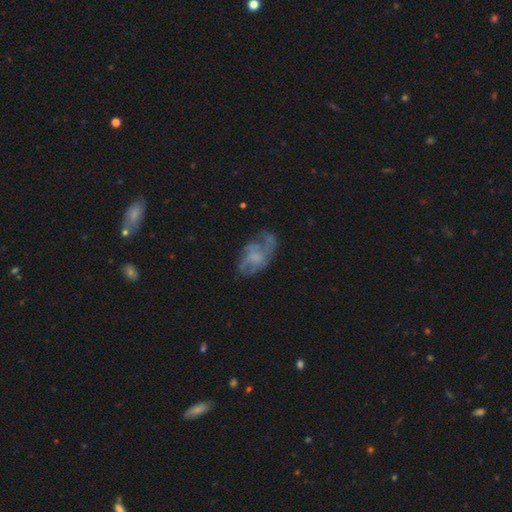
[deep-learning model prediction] Smooth or featured: featured or disk — 69% (smooth — 22%)
Edge-on disk: no — 96% (yes — 4%)
Bar: no — 70% (weak — 26%)
Spiral arms: yes — 74% (no — 26%)
Bulge size: none — 46% (small — 24%)
Merging: none — 53% (minor disturbance — 23%)